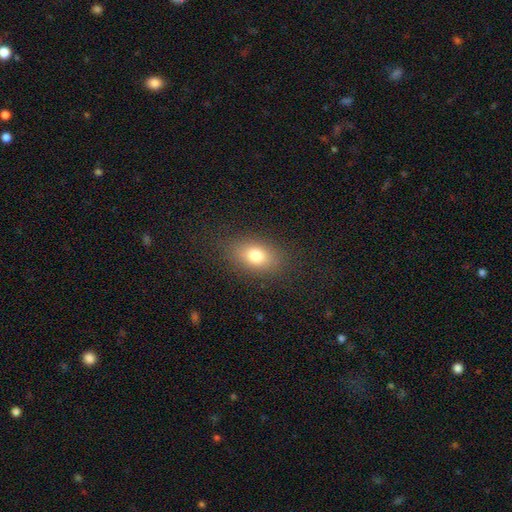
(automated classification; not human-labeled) A smooth galaxy with no disk features (78%) that is in between round and cigar-shaped (80%).

Vote fractions:
- Smooth or featured? smooth: 78% / featured or disk: 11% / star or artifact: 11%
- How rounded? in between: 80% / round: 17% / cigar-shaped: 3%
- Merging? none: 83% / minor disturbance: 11% / major disturbance: 5% / merger: 1%